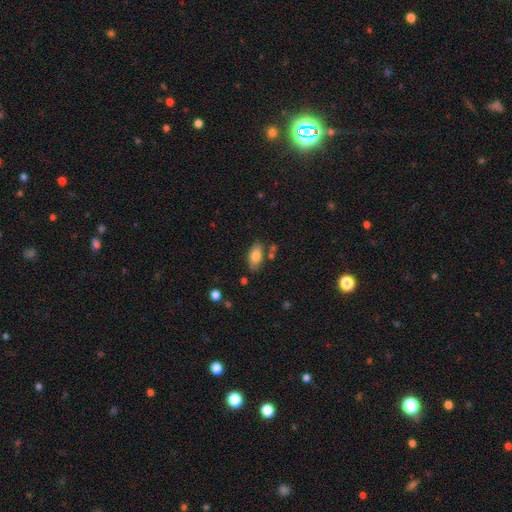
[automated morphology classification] Smooth or featured? smooth (82%)
How rounded? in between (91%)
Merging? none (75%)